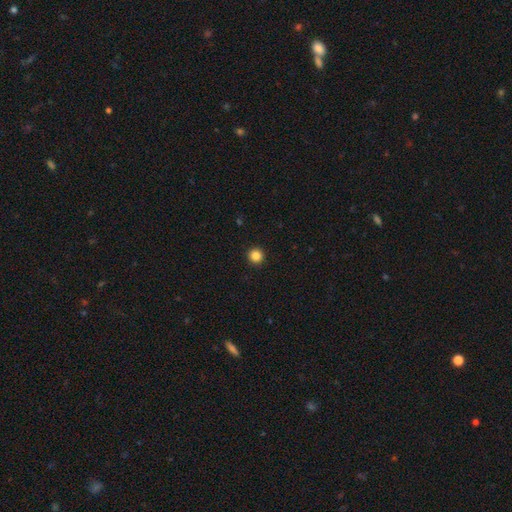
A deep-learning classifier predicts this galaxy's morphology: The model was most divided on "smooth or featured": smooth: 85%, star or artifact: 11%, featured or disk: 3%. More confident: how rounded — round (96%); merging — none (94%).